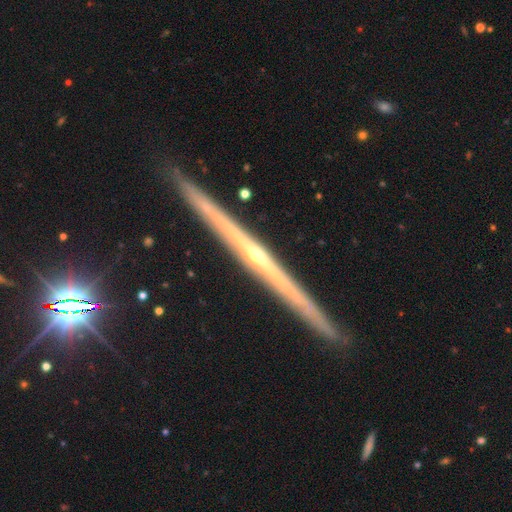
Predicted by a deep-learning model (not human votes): featured or disk 84%, smooth 9%, star or artifact 7%. Down the decision tree: edge-on disk — yes (98%); edge-on bulge — rounded (61%); merging — none (92%).